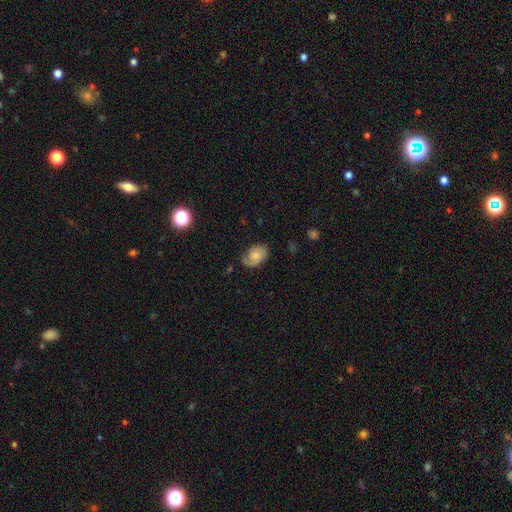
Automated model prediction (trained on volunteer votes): smooth_or_featured: featured or disk (p=0.46) [tied with: smooth p=0.46]
merging: none (p=0.55) [alt: minor disturbance p=0.27]